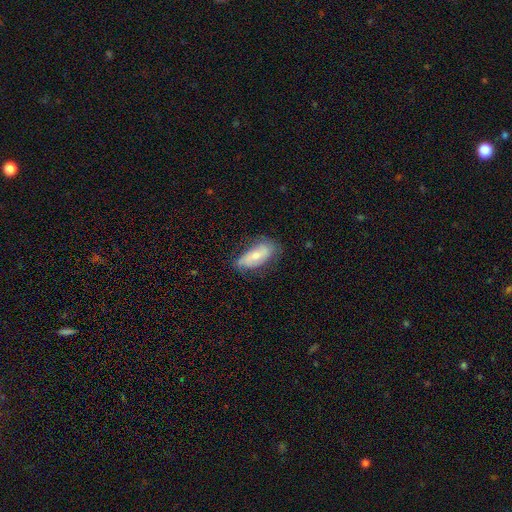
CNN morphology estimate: A smooth galaxy with no disk features (57%) that is in between round and cigar-shaped (84%).

Vote fractions:
- Smooth or featured? smooth: 57% / featured or disk: 36% / star or artifact: 7%
- How rounded? in between: 84% / cigar-shaped: 13% / round: 3%
- Merging? none: 65% / minor disturbance: 26% / major disturbance: 7% / merger: 2%